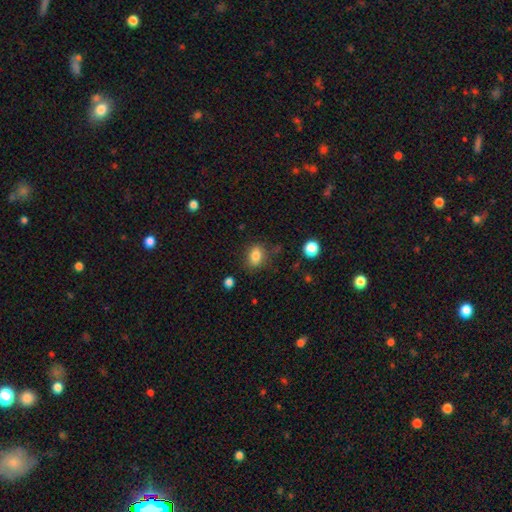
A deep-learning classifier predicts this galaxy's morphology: A smooth galaxy with no disk features (82%) that is in between round and cigar-shaped (71%). Merging: none (77%).